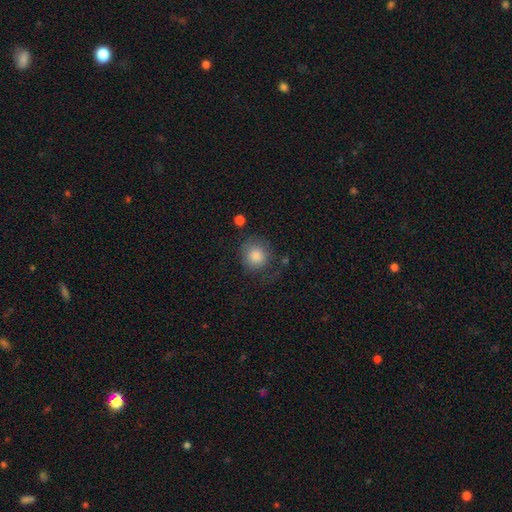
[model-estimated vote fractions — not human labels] The model was most divided on "merging": none: 66%, minor disturbance: 19%, major disturbance: 12%, merger: 3%. More confident: how rounded — round (88%); smooth or featured — smooth (81%).